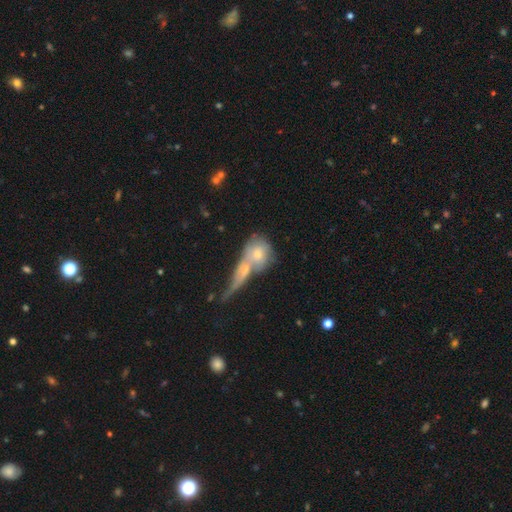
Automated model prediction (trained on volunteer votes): Q: Smooth or featured?
A: smooth (51%); runner-up: featured or disk (41%)
Q: How rounded?
A: round (56%); runner-up: in between (34%)
Q: Merging?
A: merger (62%); runner-up: none (22%)